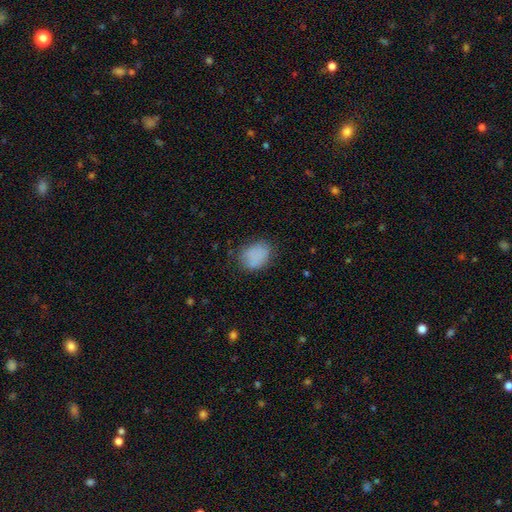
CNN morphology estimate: type=smooth (83%); roundness=in between (62%); merging=none (71%).